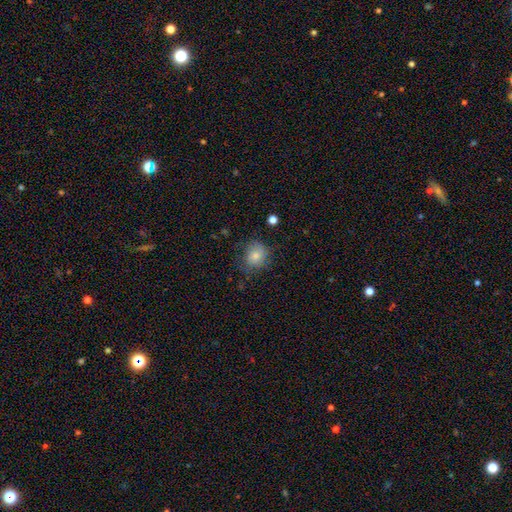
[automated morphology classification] This appears to be a smooth galaxy with no disk features (78%) that is round (68%). Merging: none (65%).